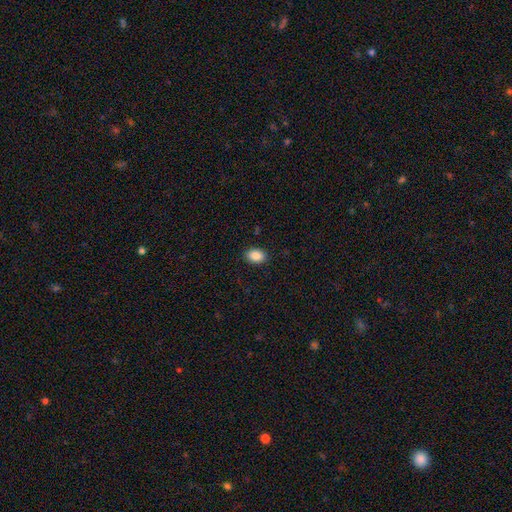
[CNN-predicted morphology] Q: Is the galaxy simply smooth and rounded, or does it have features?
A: smooth — 89%.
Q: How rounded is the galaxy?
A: in between — 82%.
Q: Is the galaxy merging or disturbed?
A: none — 89%.